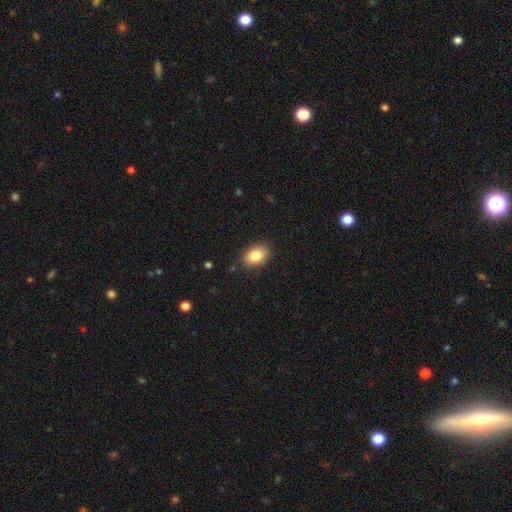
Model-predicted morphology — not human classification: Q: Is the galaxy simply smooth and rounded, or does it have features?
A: smooth — 83%.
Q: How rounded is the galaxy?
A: in between — 79%.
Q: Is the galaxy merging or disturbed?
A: none — 87%.